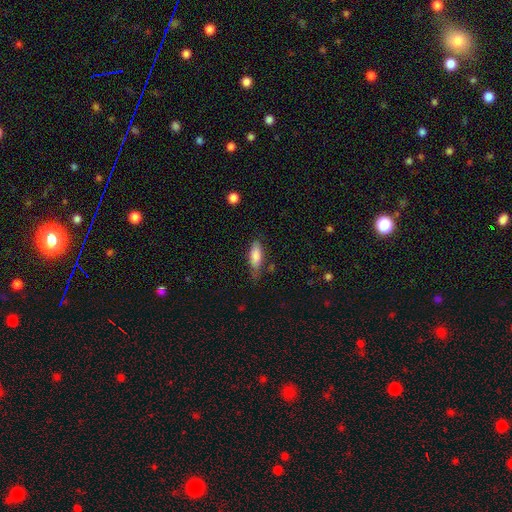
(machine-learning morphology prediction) Smooth or featured: smooth — 82% (featured or disk — 12%)
How rounded: in between — 64% (cigar-shaped — 34%)
Merging: none — 61% (minor disturbance — 29%)